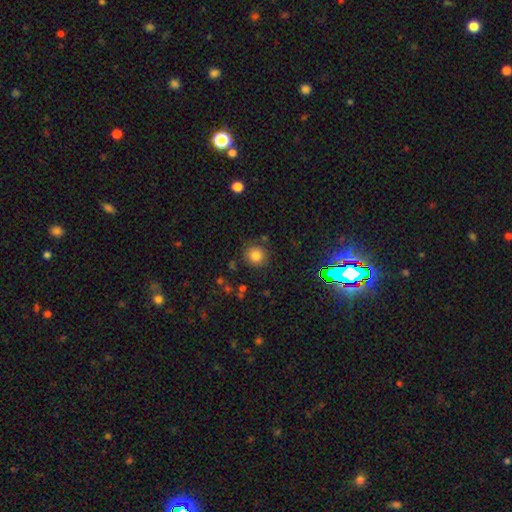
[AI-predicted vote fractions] Morphology: type=smooth (81%); roundness=round (90%); merging=none (85%).